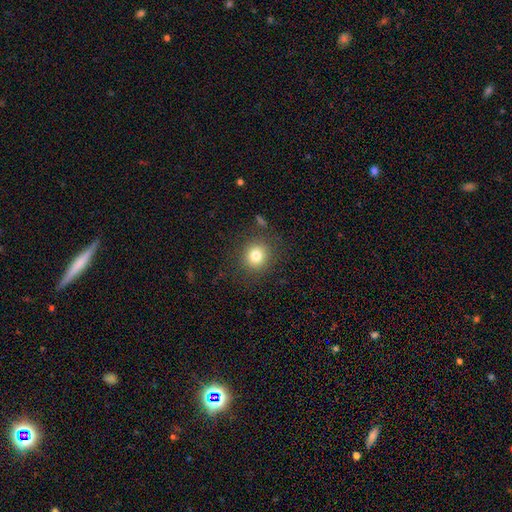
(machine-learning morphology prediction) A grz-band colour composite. It shows a smooth galaxy with no disk features (80%) that is round (86%). Merging: none (86%).